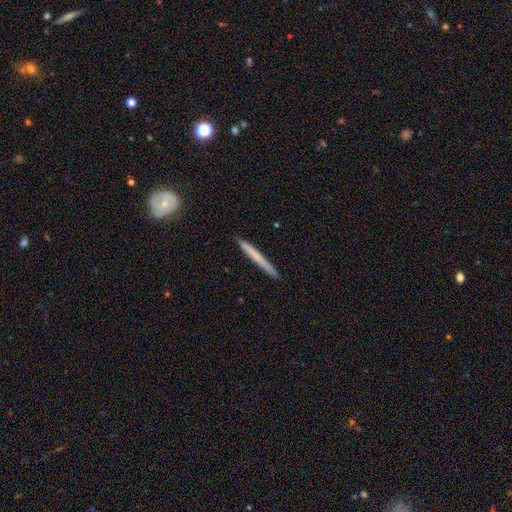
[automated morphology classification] Smooth or featured? Predicted: smooth (p=0.59). How rounded? Predicted: cigar-shaped (p=0.97). Merging? Predicted: none (p=0.90).